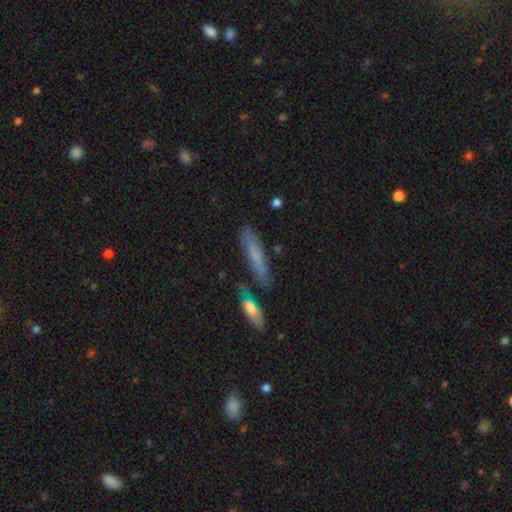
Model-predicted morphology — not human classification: Smooth or featured? Predicted: smooth (p=0.61). How rounded? Predicted: cigar-shaped (p=0.79). Merging? Predicted: none (p=0.69).